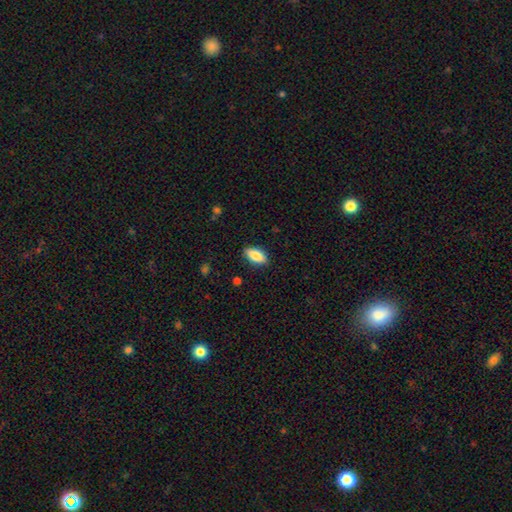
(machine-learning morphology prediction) smooth-or-featured: smooth: 83% | featured or disk: 10% | star or artifact: 7%
  how-rounded: in between: 88% | cigar-shaped: 9% | round: 3%
  merging: none: 87% | minor disturbance: 10% | major disturbance: 2% | merger: 1%